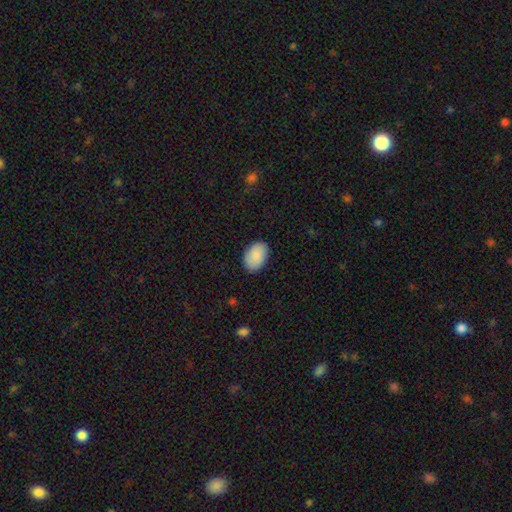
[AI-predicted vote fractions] Overall: smooth (89%). How rounded: in between (87%). Merging: none (88%).